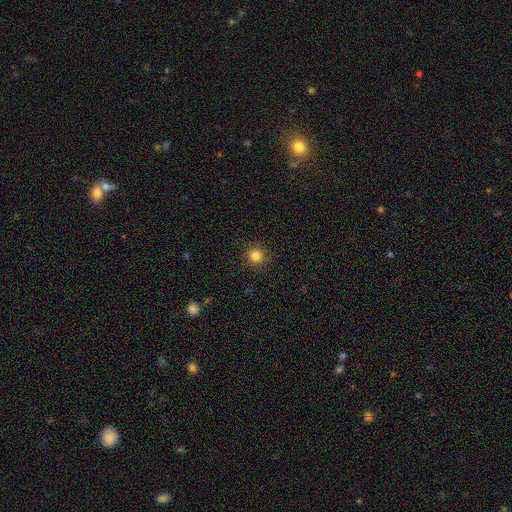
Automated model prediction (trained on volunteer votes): Morphology: type=smooth (84%); roundness=round (95%); merging=none (91%).